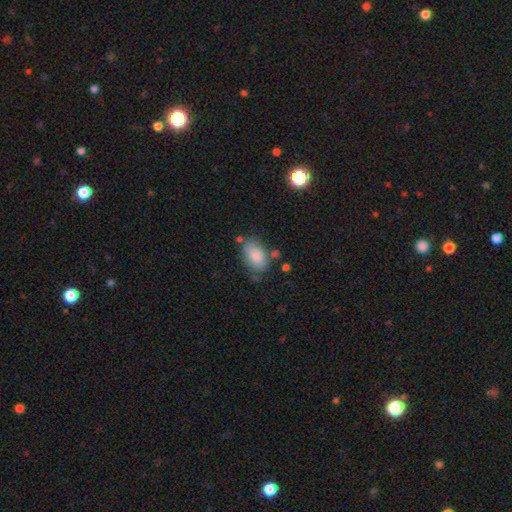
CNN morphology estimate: type=smooth (84%); roundness=in between (90%); merging=none (65%).